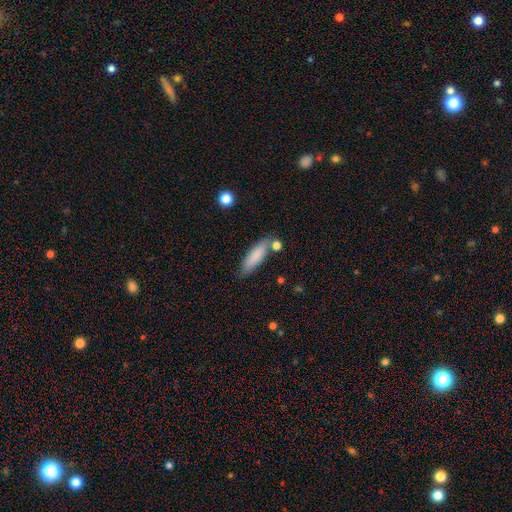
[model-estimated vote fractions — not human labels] smooth_or_featured: smooth (p=0.82) [alt: featured or disk p=0.12]
how_rounded: cigar-shaped (p=0.60) [alt: in between p=0.39]
merging: none (p=0.71) [alt: minor disturbance p=0.16]